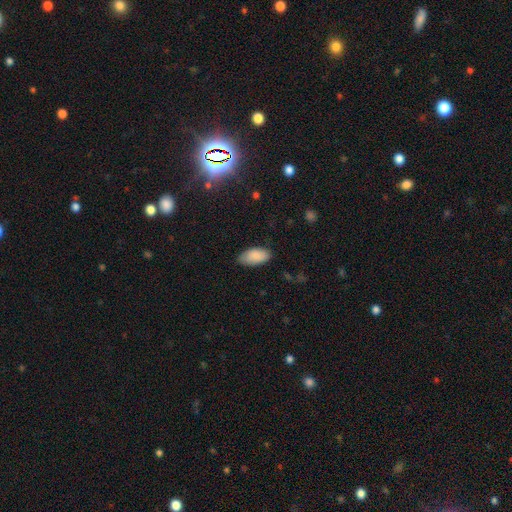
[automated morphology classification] Smooth or featured?
  - smooth: 87% *
  - featured or disk: 7%
  - star or artifact: 6%
How rounded?
  - in between: 94% *
  - cigar-shaped: 3%
  - round: 2%
Merging?
  - none: 76% *
  - minor disturbance: 20%
  - major disturbance: 3%
  - merger: 1%